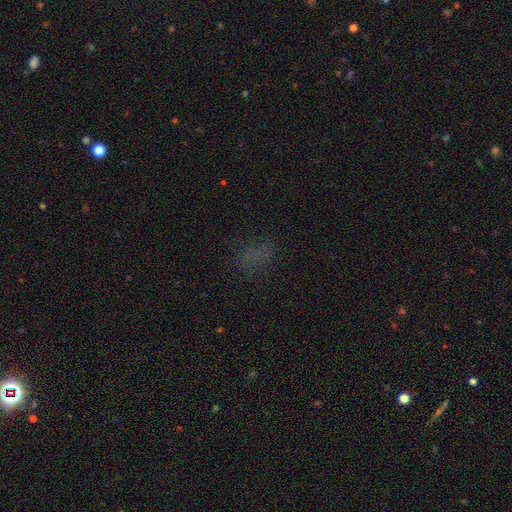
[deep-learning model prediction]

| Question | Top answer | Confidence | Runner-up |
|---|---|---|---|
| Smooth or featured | smooth | 55% | star or artifact (34%) |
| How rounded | in between | 62% | round (34%) |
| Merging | none | 74% | minor disturbance (15%) |